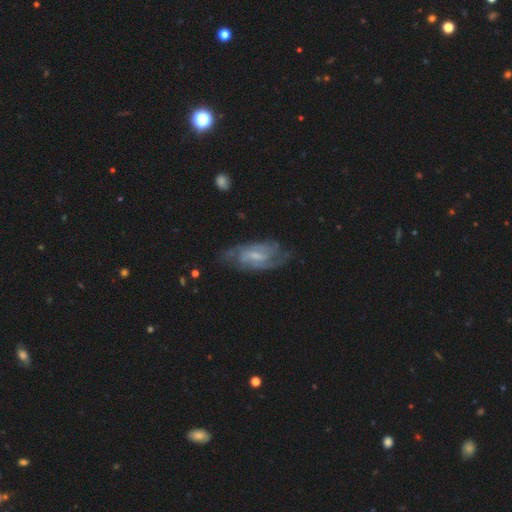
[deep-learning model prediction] smooth-or-featured: featured or disk: 79% | smooth: 15% | star or artifact: 6%
  disk-edge-on: no: 93% | yes: 7%
    bar: weak: 57% | no: 27% | strong: 17%
    has-spiral-arms: yes: 92% | no: 8%
      spiral-winding: medium: 44% | tight: 41% | loose: 15%
      spiral-arm-count: 2: 49% | can't tell: 28% | 3: 12% | 4: 4% | 1: 3% | more than 4: 3%
    bulge-size: small: 43% | moderate: 34% | none: 19% | large: 3% | dominant: 1%
  merging: none: 68% | minor disturbance: 21% | major disturbance: 10% | merger: 2%